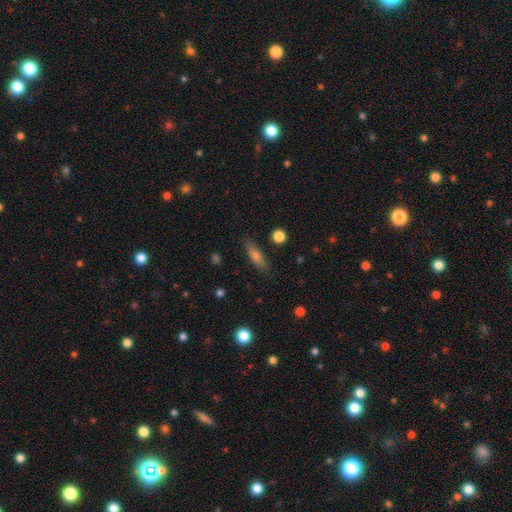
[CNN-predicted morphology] smooth 66%, featured or disk 24%, star or artifact 10%. Down the decision tree: how rounded — cigar-shaped (62%); merging — none (86%).